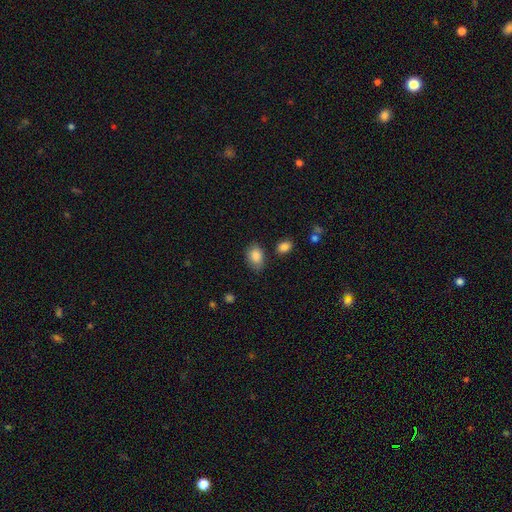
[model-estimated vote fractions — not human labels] The model was most divided on "merging": none: 74%, minor disturbance: 19%, major disturbance: 4%, merger: 4%. More confident: smooth or featured — smooth (85%); how rounded — in between (79%).